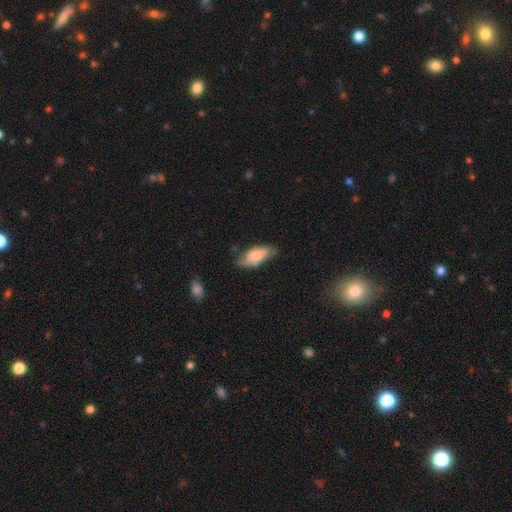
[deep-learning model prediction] Smooth or featured?
  - smooth: 68% *
  - featured or disk: 26%
  - star or artifact: 7%
How rounded?
  - in between: 82% *
  - cigar-shaped: 16%
  - round: 2%
Merging?
  - none: 53% *
  - minor disturbance: 34%
  - major disturbance: 10%
  - merger: 3%